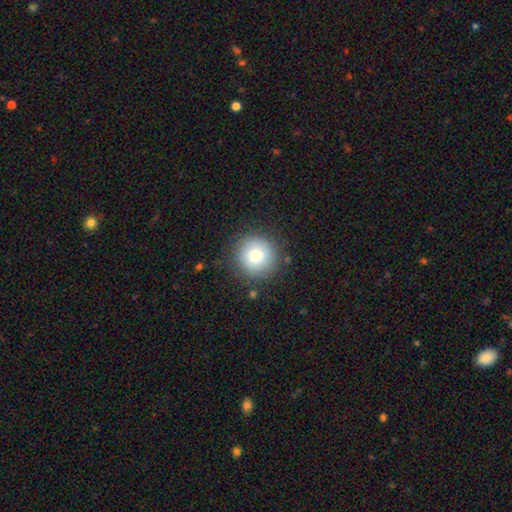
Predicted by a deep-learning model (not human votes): A smooth galaxy with no disk features (84%) that is round (94%). Merging: none (85%).